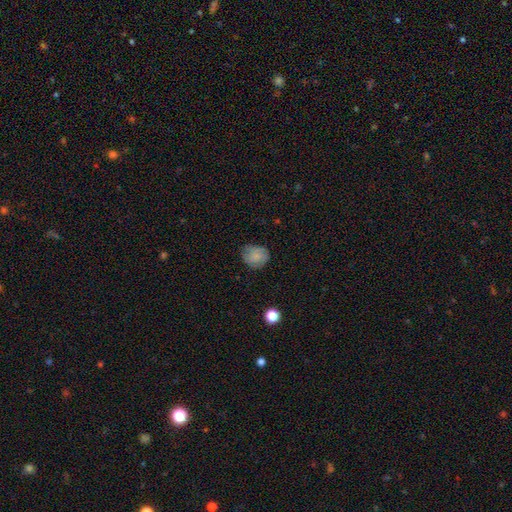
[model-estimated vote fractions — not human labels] smooth_or_featured: smooth (p=0.76) [alt: featured or disk p=0.14]
how_rounded: round (p=0.71) [alt: in between p=0.28]
merging: none (p=0.67) [alt: minor disturbance p=0.25]